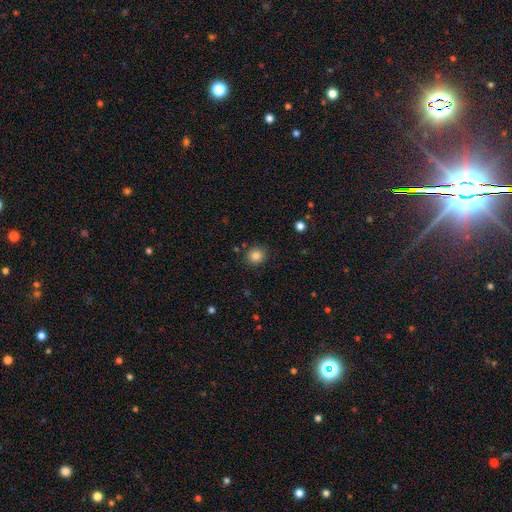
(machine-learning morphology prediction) Overall: smooth (84%). How rounded: round (80%). Merging: none (86%).